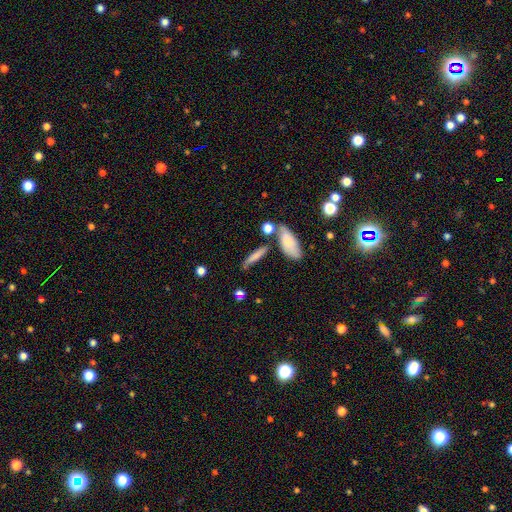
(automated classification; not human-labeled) A smooth galaxy with no disk features (69%) that is cigar-shaped (75%). Merging: none (60%).